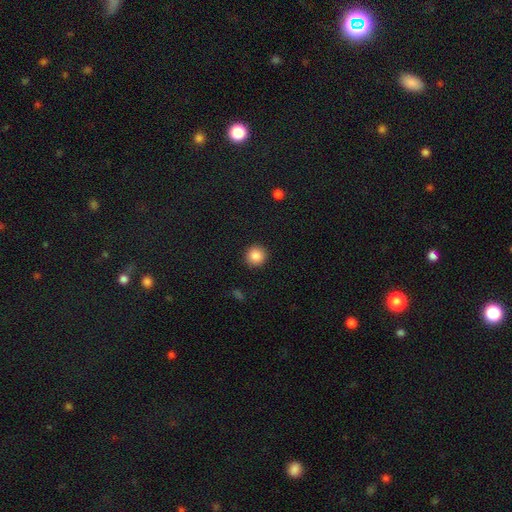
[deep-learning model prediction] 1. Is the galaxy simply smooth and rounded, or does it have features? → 87% smooth, 9% star or artifact, 4% featured or disk.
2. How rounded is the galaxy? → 94% round, 5% in between, 1% cigar-shaped.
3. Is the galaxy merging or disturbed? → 92% none, 5% minor disturbance, 2% major disturbance, 1% merger.